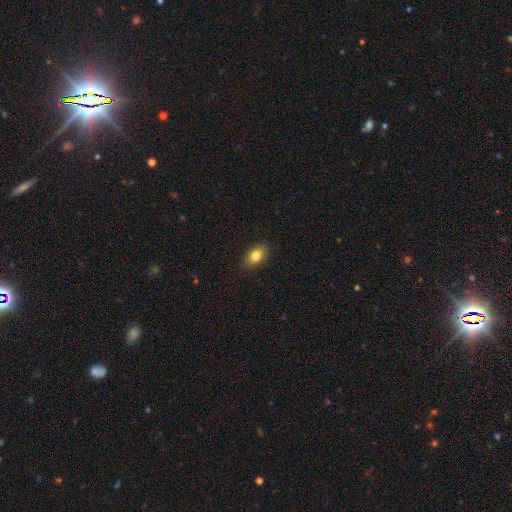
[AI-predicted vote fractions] smooth-or-featured: smooth: 82% | star or artifact: 9% | featured or disk: 9%
  how-rounded: in between: 82% | round: 15% | cigar-shaped: 3%
  merging: none: 87% | minor disturbance: 10% | major disturbance: 2% | merger: 1%